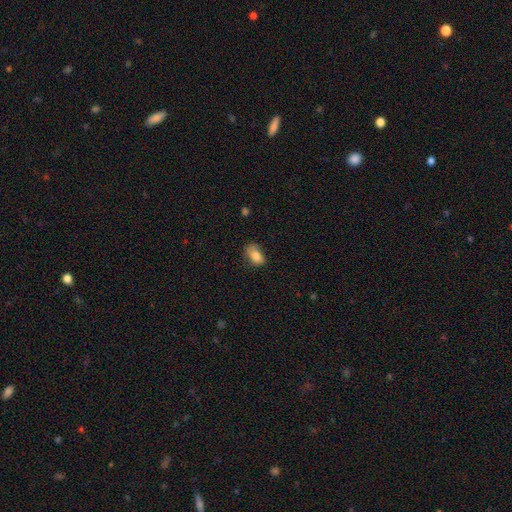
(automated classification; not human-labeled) Overall: smooth (81%). How rounded: in between (85%). Merging: none (47%; minor disturbance 36%).